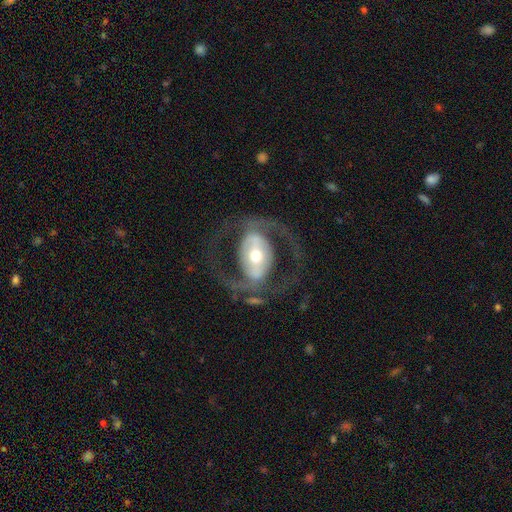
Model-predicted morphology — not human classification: The model was most divided on "bar": strong: 47%, weak: 29%, no: 24%. More confident: edge-on disk — no (94%); spiral arm count — 2 (86%); smooth or featured — featured or disk (81%); spiral arms — yes (71%); merging — none (66%); bulge size — moderate (65%); spiral winding — medium (51%).